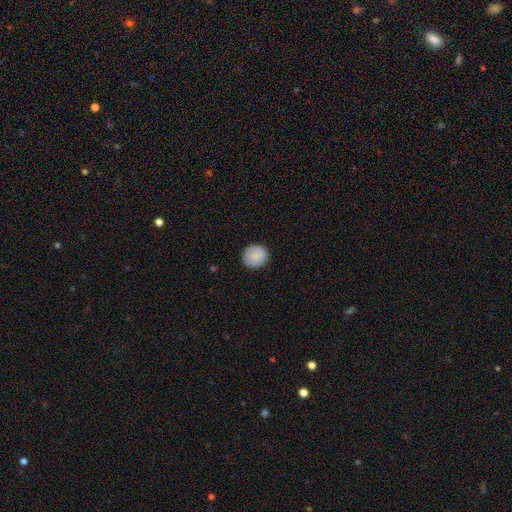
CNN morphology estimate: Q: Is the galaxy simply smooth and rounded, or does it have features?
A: smooth — 87%.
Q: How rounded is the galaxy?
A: round — 88%.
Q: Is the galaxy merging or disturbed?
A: none — 90%.